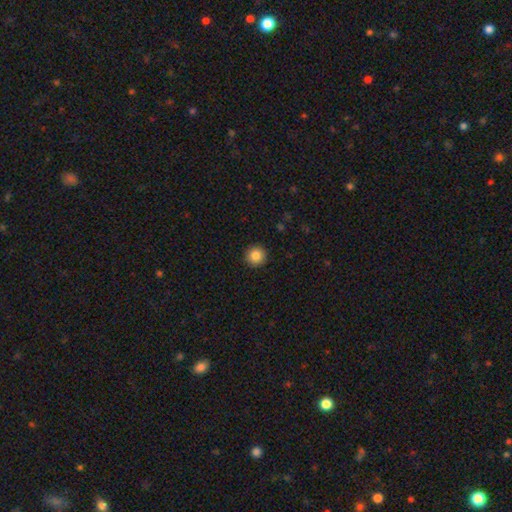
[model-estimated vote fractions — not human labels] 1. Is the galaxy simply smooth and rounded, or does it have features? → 85% smooth, 9% star or artifact, 6% featured or disk.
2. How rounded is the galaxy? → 96% round, 3% in between, 1% cigar-shaped.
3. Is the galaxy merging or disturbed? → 93% none, 4% minor disturbance, 1% major disturbance, 1% merger.